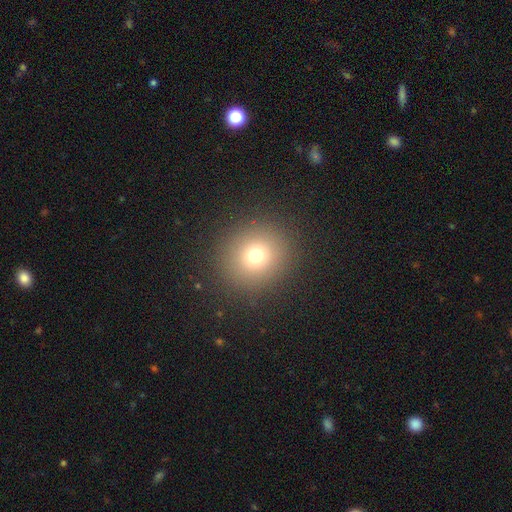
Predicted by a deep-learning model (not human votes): smooth-or-featured: smooth: 72% | star or artifact: 18% | featured or disk: 10%
  how-rounded: round: 90% | in between: 9% | cigar-shaped: 1%
  merging: none: 89% | minor disturbance: 6% | major disturbance: 4% | merger: 1%